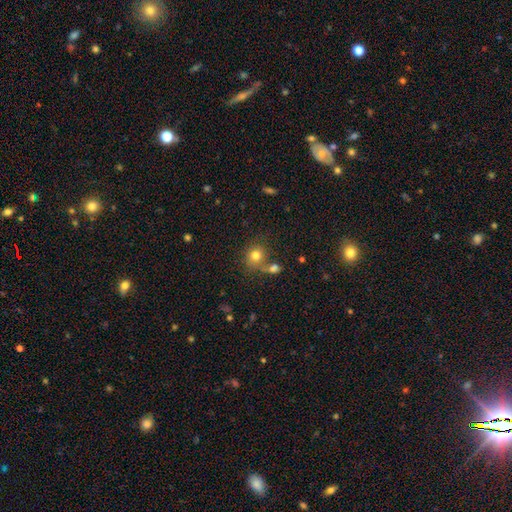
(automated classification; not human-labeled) smooth_or_featured: smooth (p=0.78) [alt: star or artifact p=0.12]
how_rounded: round (p=0.77) [alt: in between p=0.22]
merging: none (p=0.57) [alt: merger p=0.25]